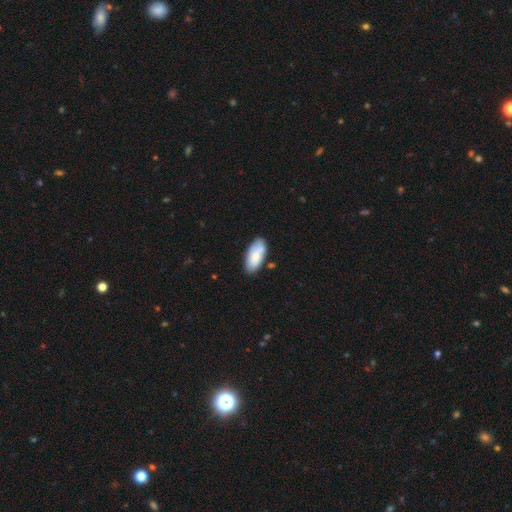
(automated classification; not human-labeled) smooth_or_featured: smooth (p=0.76) [alt: featured or disk p=0.18]
how_rounded: in between (p=0.90) [alt: cigar-shaped p=0.08]
merging: none (p=0.73) [alt: minor disturbance p=0.18]